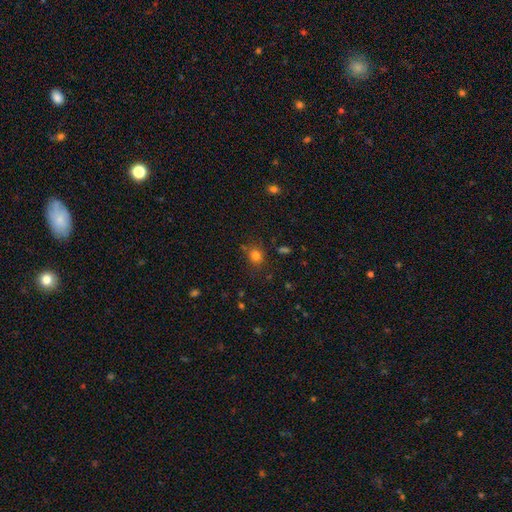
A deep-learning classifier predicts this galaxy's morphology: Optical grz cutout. It shows a smooth galaxy with no disk features (78%) that is round (75%). Merging: none (78%).